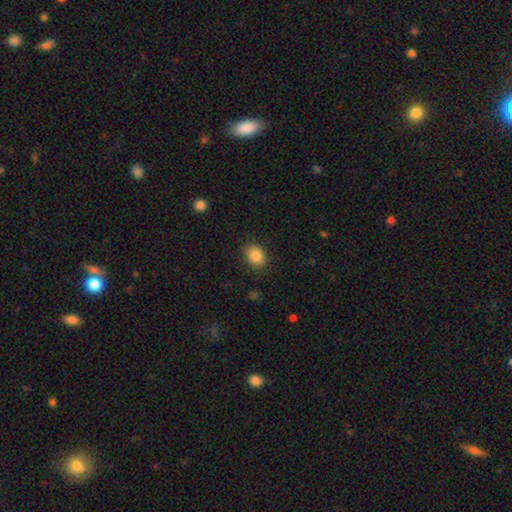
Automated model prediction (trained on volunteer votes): smooth-or-featured: smooth: 85% | star or artifact: 9% | featured or disk: 6%
  how-rounded: in between: 62% | round: 37% | cigar-shaped: 1%
  merging: none: 85% | minor disturbance: 11% | major disturbance: 3% | merger: 1%